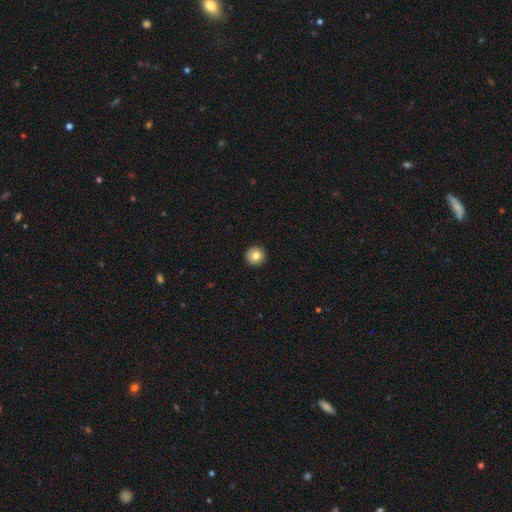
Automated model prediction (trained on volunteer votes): smooth_or_featured: smooth (p=0.79) [alt: featured or disk p=0.13]
how_rounded: round (p=0.96) [alt: in between p=0.03]
merging: none (p=0.93) [alt: minor disturbance p=0.05]